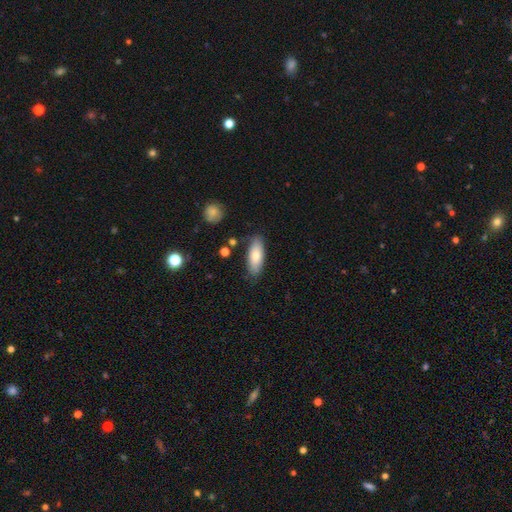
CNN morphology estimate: Smooth or featured? Predicted: smooth (p=0.76). How rounded? Predicted: in between (p=0.73). Merging? Predicted: none (p=0.80).